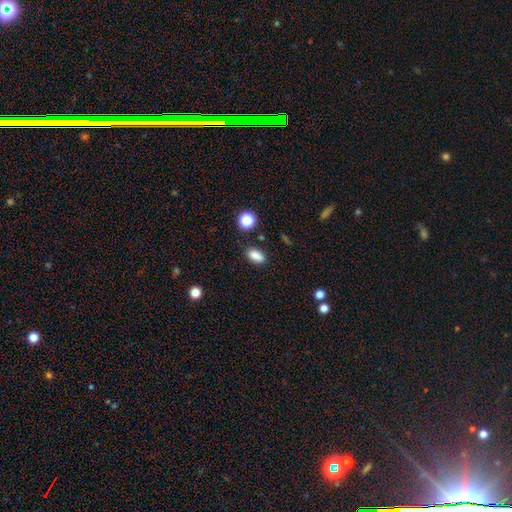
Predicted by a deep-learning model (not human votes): Smooth or featured? smooth (84%)
How rounded? in between (83%)
Merging? none (82%)